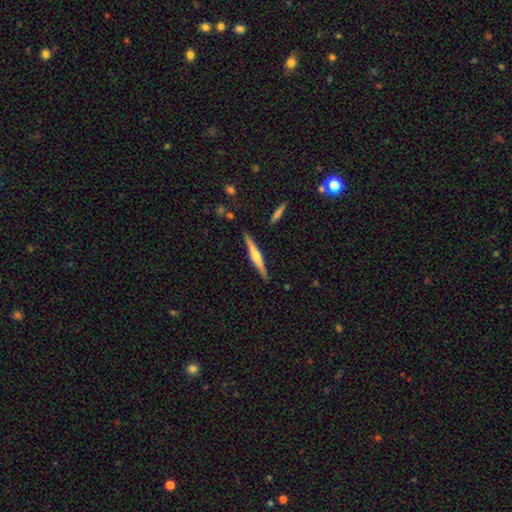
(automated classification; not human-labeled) smooth_or_featured: featured or disk (p=0.68) [alt: smooth p=0.27]
disk_edge_on: yes (p=0.98) [alt: no p=0.02]
edge_on_bulge: rounded (p=0.81) [alt: boxy p=0.11]
merging: none (p=0.90) [alt: minor disturbance p=0.07]